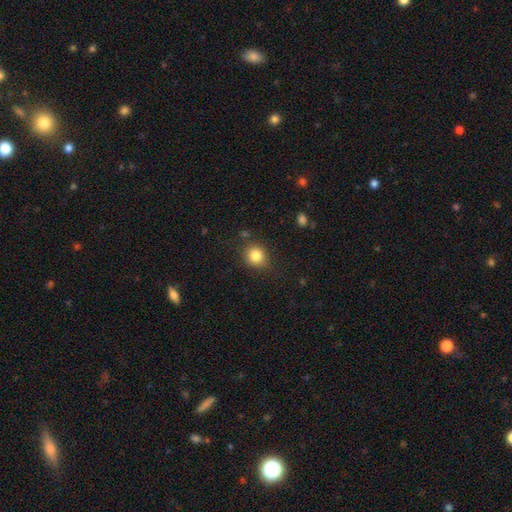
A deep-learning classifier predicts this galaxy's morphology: Smooth or featured: smooth — 83% (star or artifact — 11%)
How rounded: round — 79% (in between — 20%)
Merging: none — 83% (minor disturbance — 11%)